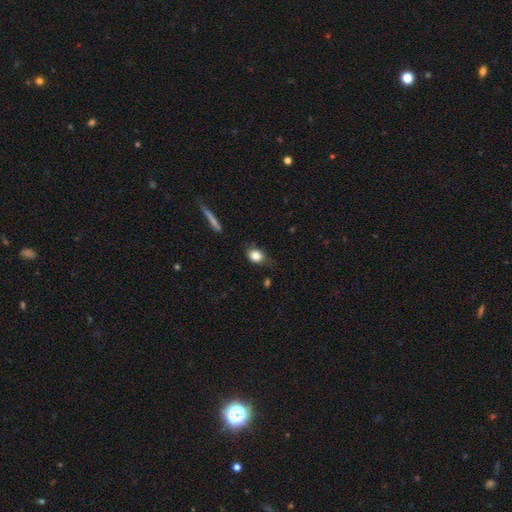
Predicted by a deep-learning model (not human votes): Smooth or featured: smooth — 82% (featured or disk — 9%)
How rounded: in between — 58% (round — 40%)
Merging: none — 67% (minor disturbance — 25%)